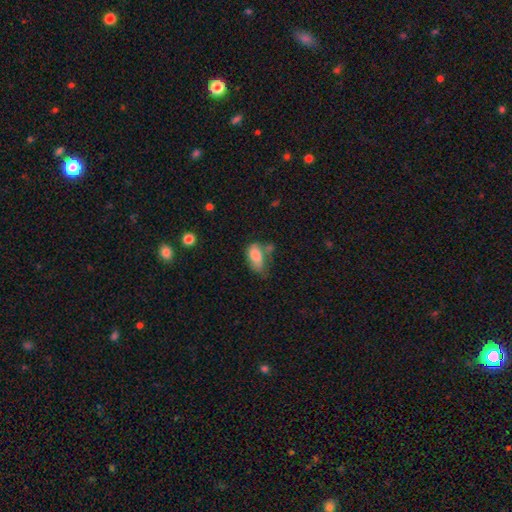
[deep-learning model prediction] This is likely a smooth galaxy (77%). How rounded: clearly in between (91%). Merging: marginally none (36%).